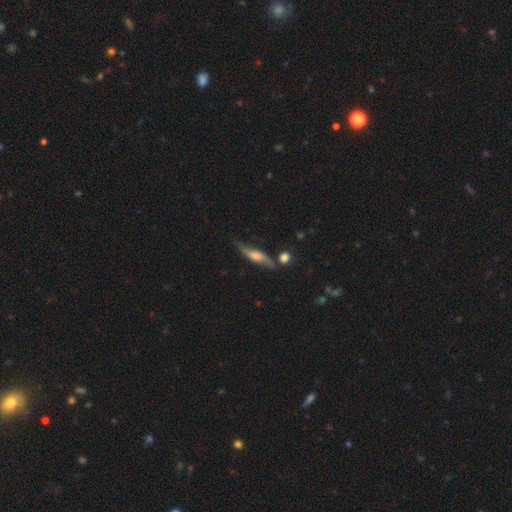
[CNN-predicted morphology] featured or disk 68%, smooth 25%, star or artifact 7%. Down the decision tree: edge-on disk — yes (61%); merging — none (63%).